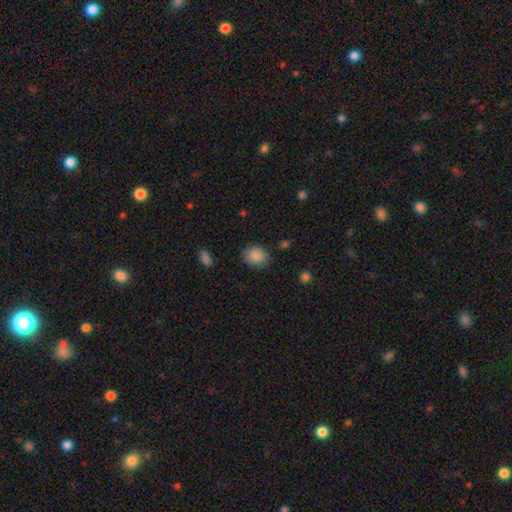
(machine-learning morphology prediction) smooth-or-featured: smooth: 88% | star or artifact: 8% | featured or disk: 4%
  how-rounded: round: 53% | in between: 46% | cigar-shaped: 1%
  merging: none: 81% | minor disturbance: 14% | major disturbance: 4% | merger: 2%